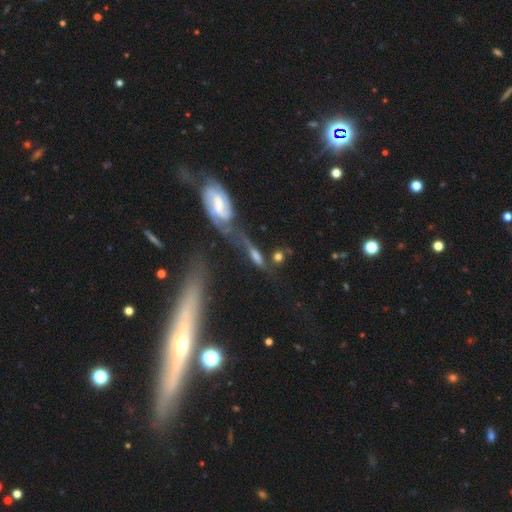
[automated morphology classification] type=featured or disk (55%); edge-on=no (60%); merging=none (44%).